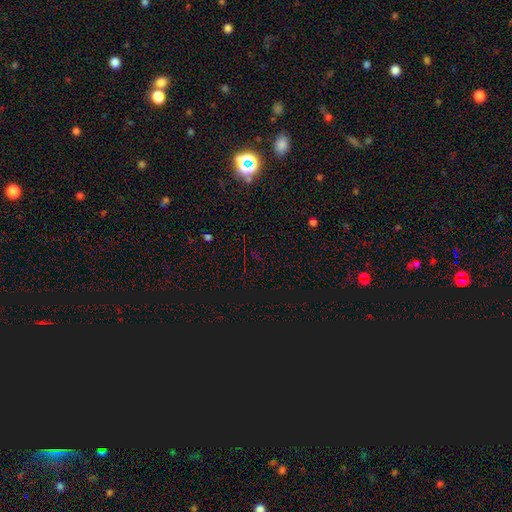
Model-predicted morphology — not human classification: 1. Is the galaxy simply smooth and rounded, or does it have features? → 72% star or artifact, 19% smooth, 8% featured or disk.